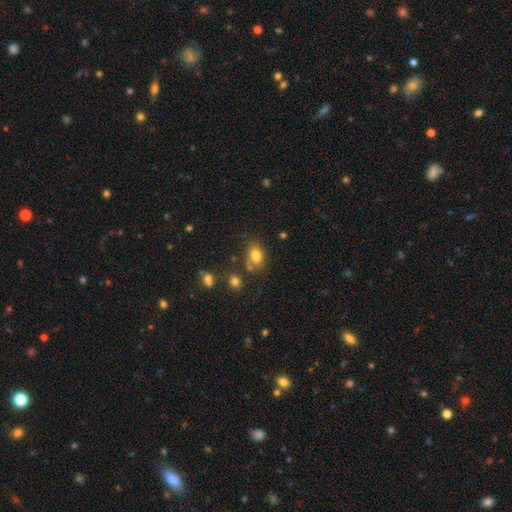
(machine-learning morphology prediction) A smooth galaxy with no disk features (79%) that is in between round and cigar-shaped (77%).

Vote fractions:
- Smooth or featured? smooth: 79% / star or artifact: 11% / featured or disk: 10%
- How rounded? in between: 77% / round: 22% / cigar-shaped: 2%
- Merging? none: 66% / minor disturbance: 19% / merger: 11% / major disturbance: 5%